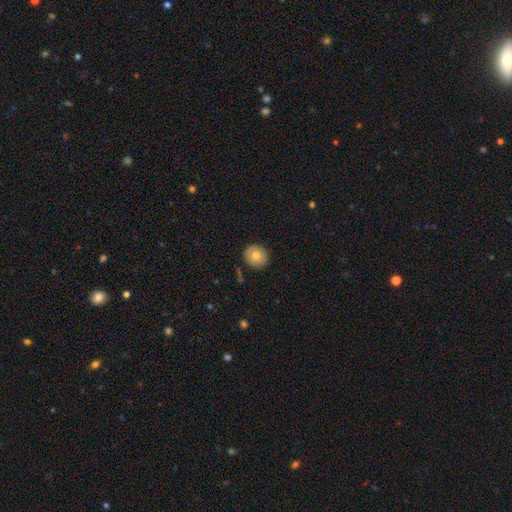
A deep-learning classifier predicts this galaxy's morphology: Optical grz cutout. It shows a smooth galaxy with no disk features (71%) that is round (85%). Merging: none (89%).